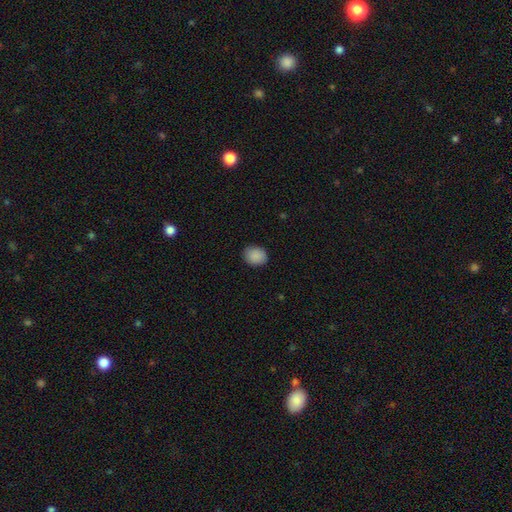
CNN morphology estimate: Smooth or featured? Predicted: smooth (p=0.89). How rounded? Predicted: round (p=0.58). Merging? Predicted: none (p=0.88).